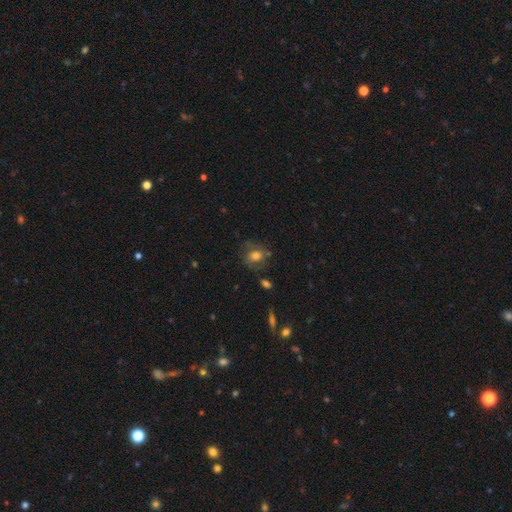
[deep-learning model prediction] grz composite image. It shows a smooth galaxy with no disk features (62%) that is round (50%). Merging: none (64%).